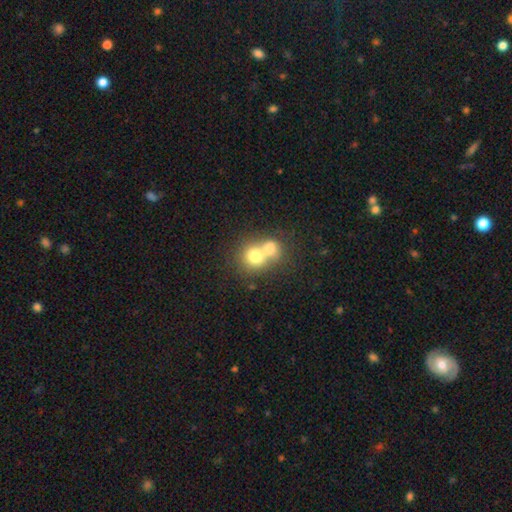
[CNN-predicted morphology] Smooth or featured: smooth — 70% (featured or disk — 20%)
How rounded: round — 75% (in between — 24%)
Merging: merger — 69% (none — 23%)